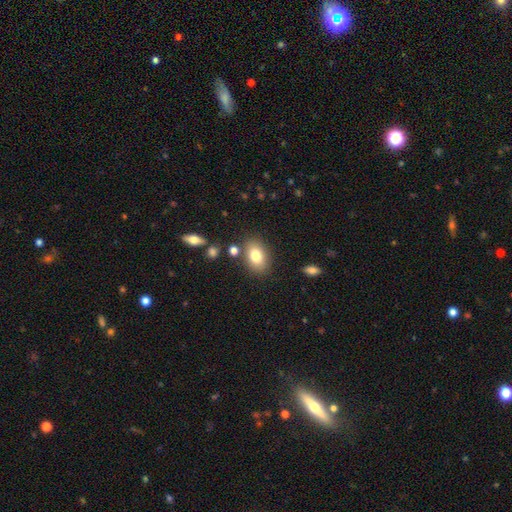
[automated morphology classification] A smooth galaxy with no disk features (79%) that is in between round and cigar-shaped (81%). Merging: none (81%).